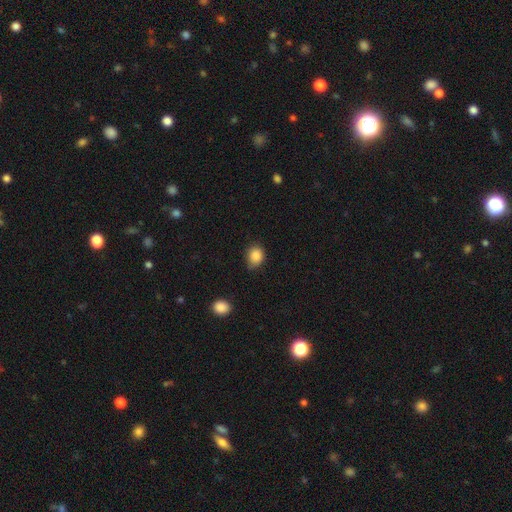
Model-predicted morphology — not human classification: smooth-or-featured: smooth: 87% | star or artifact: 9% | featured or disk: 4%
  how-rounded: round: 63% | in between: 36% | cigar-shaped: 1%
  merging: none: 70% | minor disturbance: 25% | major disturbance: 4% | merger: 2%